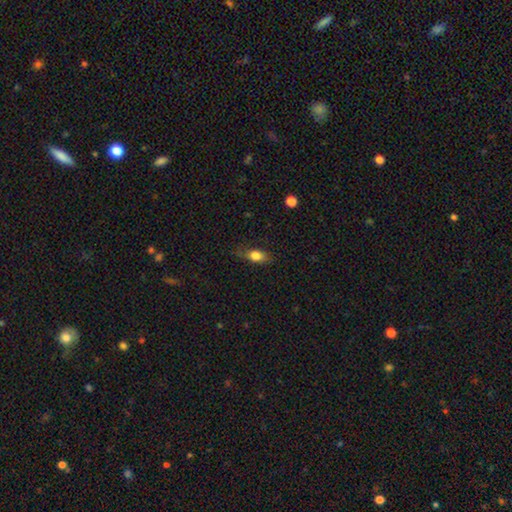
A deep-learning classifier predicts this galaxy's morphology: Smooth or featured? Predicted: smooth (p=0.79). How rounded? Predicted: in between (p=0.80). Merging? Predicted: none (p=0.71).